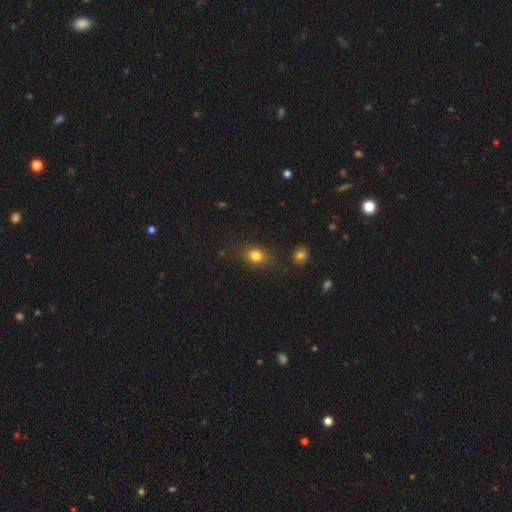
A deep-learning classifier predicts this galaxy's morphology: Overall: smooth (79%). How rounded: in between (55%; round 43%). Merging: none (79%).